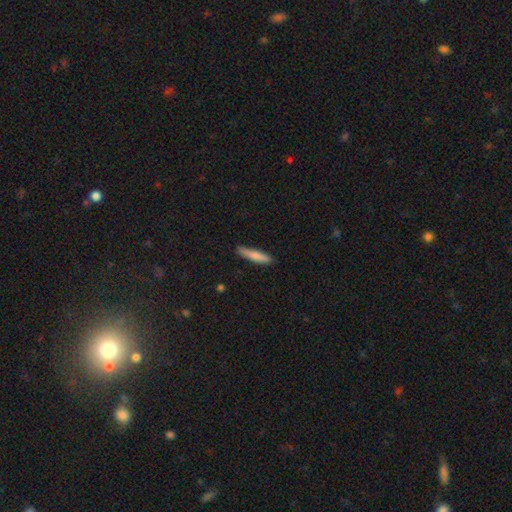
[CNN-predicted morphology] This is likely a smooth galaxy (76%). How rounded: clearly cigar-shaped (87%). Merging: clearly none (83%).